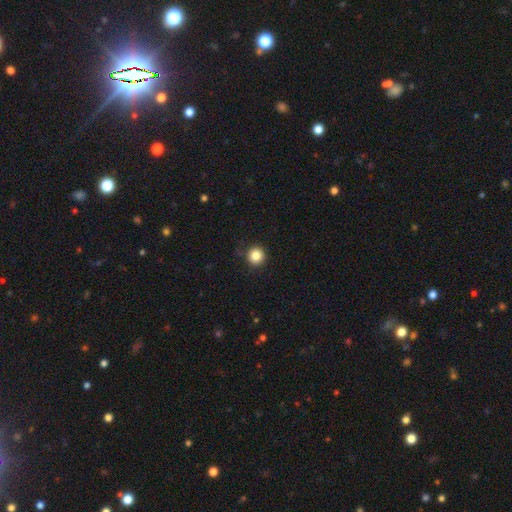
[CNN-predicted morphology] Overall: smooth (84%). How rounded: round (94%). Merging: none (87%).